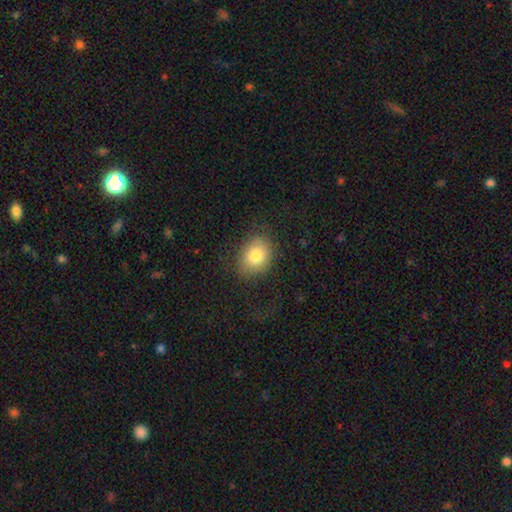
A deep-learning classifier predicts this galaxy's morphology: Smooth or featured?
  - smooth: 79% *
  - featured or disk: 13%
  - star or artifact: 9%
How rounded?
  - in between: 59% *
  - round: 40%
  - cigar-shaped: 1%
Merging?
  - none: 73% *
  - minor disturbance: 15%
  - major disturbance: 11%
  - merger: 1%